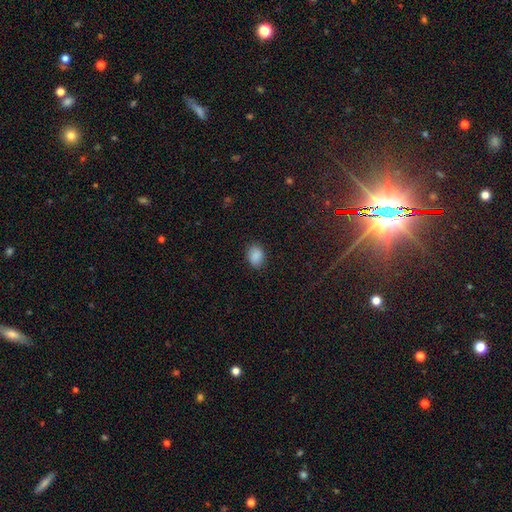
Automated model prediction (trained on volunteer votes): This is clearly a smooth galaxy (88%). How rounded: likely in between (64%). Merging: clearly none (83%).